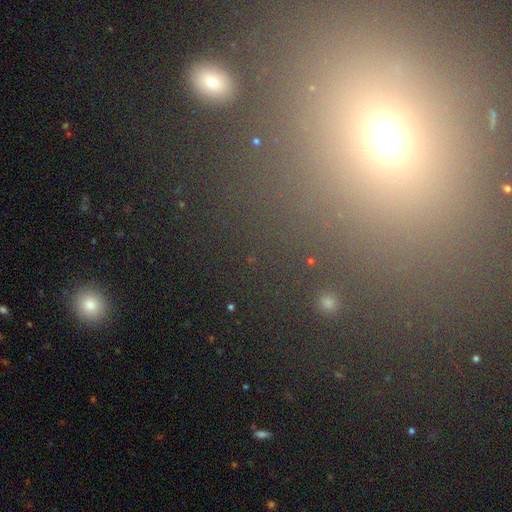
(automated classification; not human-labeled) This appears to be a smooth galaxy with no disk features (46%). Merging: none (82%).